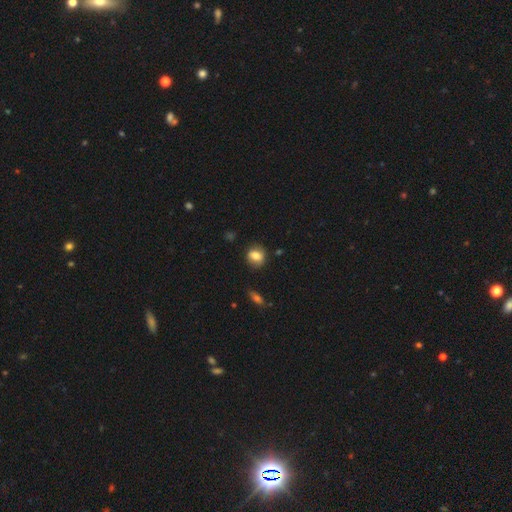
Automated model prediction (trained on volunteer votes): smooth 79%, featured or disk 12%, star or artifact 9%. Down the decision tree: how rounded — round (60%); merging — none (80%).